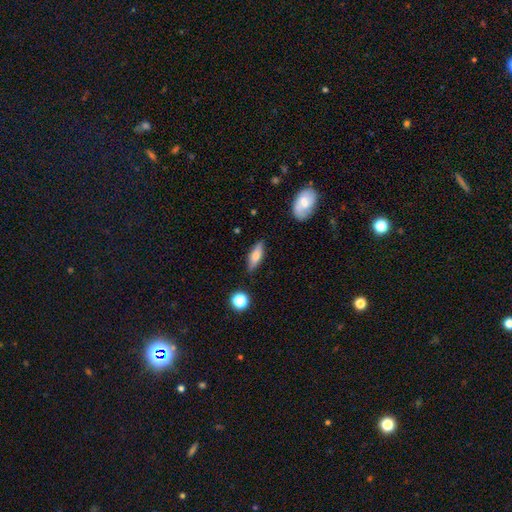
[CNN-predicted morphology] type=smooth (60%); roundness=in between (53%); merging=none (85%).